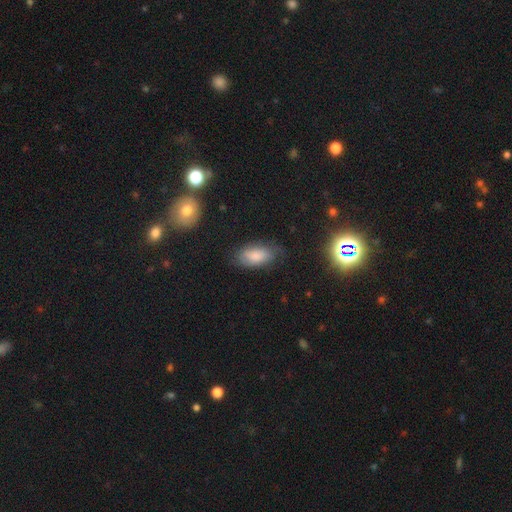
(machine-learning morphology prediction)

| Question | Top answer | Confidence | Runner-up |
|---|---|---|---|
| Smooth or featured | smooth | 80% | featured or disk (12%) |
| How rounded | in between | 92% | cigar-shaped (5%) |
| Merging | none | 64% | minor disturbance (27%) |